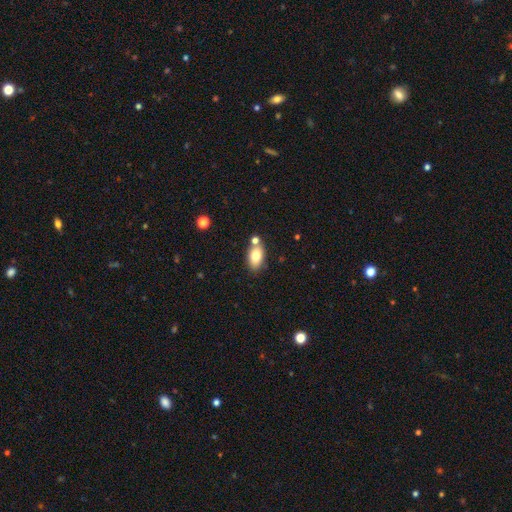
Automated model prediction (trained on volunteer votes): The model was most divided on "merging": none: 68%, merger: 17%, minor disturbance: 13%, major disturbance: 3%. More confident: how rounded — in between (89%); smooth or featured — smooth (77%).